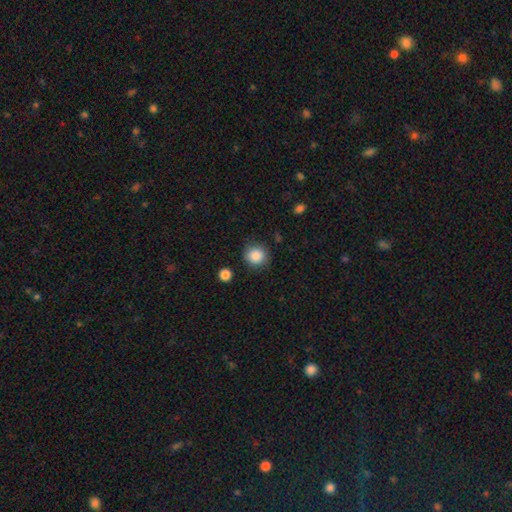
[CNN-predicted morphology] smooth_or_featured: smooth (p=0.87) [alt: star or artifact p=0.09]
how_rounded: round (p=0.90) [alt: in between p=0.09]
merging: none (p=0.83) [alt: minor disturbance p=0.12]